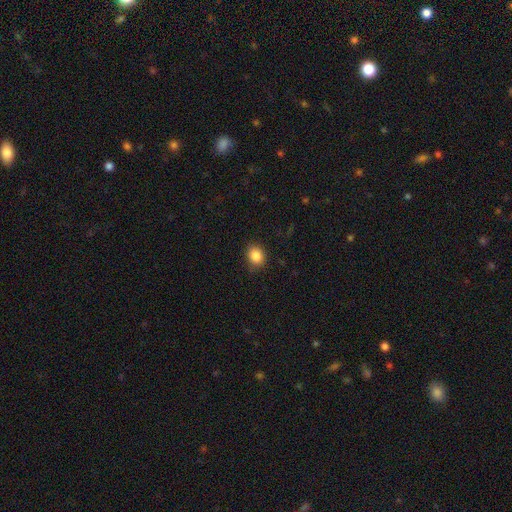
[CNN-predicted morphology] Smooth or featured: smooth — 86% (star or artifact — 10%)
How rounded: round — 58% (in between — 41%)
Merging: none — 84% (minor disturbance — 12%)